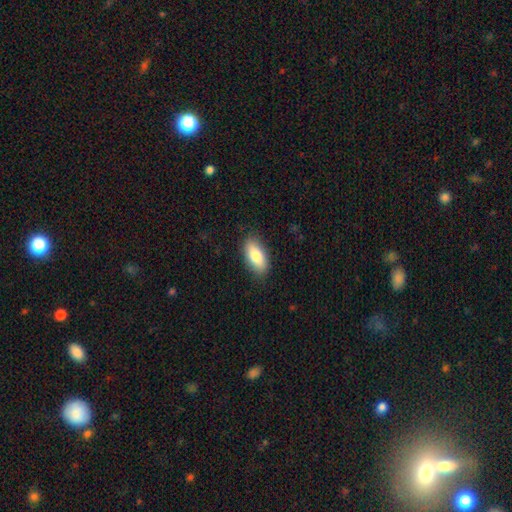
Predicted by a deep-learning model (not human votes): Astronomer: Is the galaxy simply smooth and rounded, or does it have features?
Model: smooth — 80%.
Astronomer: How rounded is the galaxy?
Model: in between — 86%.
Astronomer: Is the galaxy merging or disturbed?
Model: none — 85%.